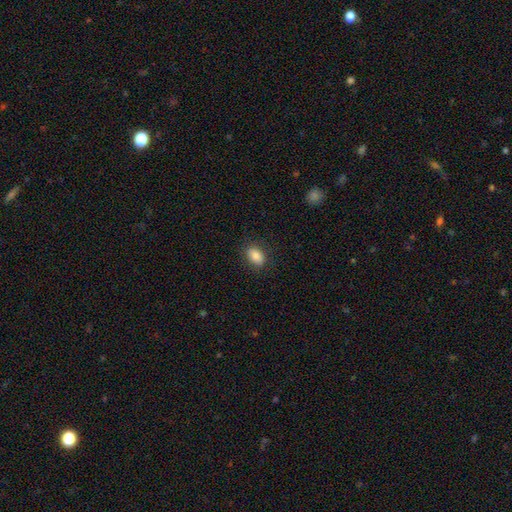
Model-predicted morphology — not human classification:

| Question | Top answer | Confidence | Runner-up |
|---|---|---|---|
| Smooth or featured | smooth | 85% | star or artifact (8%) |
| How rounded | in between | 81% | round (18%) |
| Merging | none | 85% | minor disturbance (11%) |